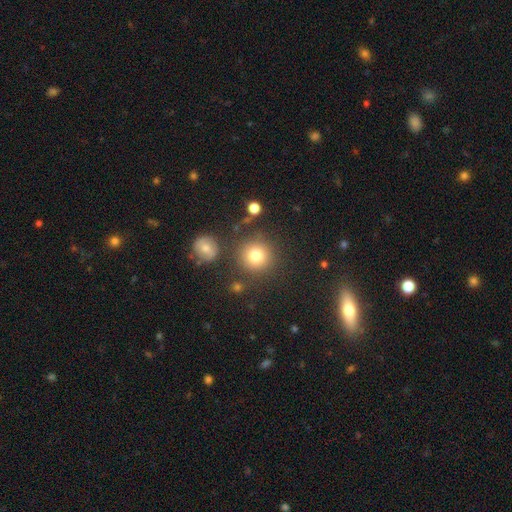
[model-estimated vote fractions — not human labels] Morphology: type=smooth (80%); roundness=round (94%); merging=none (83%).